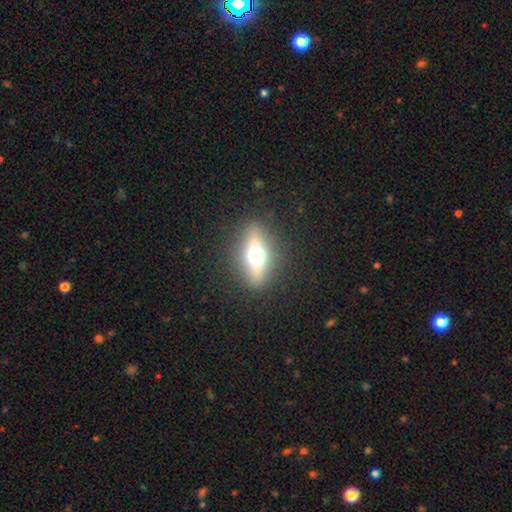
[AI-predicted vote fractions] Smooth or featured? Predicted: featured or disk (p=0.48). Merging? Predicted: none (p=0.87).